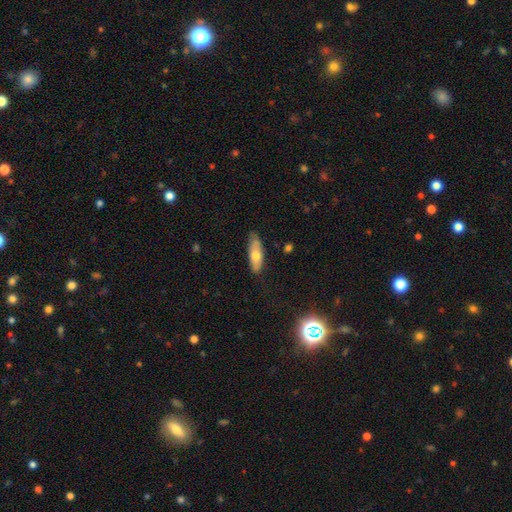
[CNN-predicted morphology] Overall: smooth (66%; featured or disk 27%). How rounded: in between (58%; cigar-shaped 40%). Merging: none (77%).